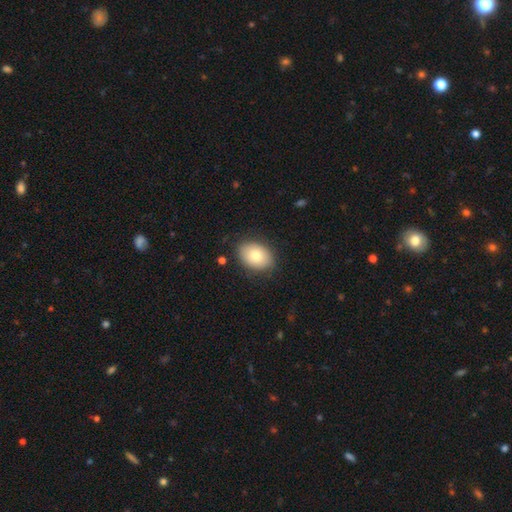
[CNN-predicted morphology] smooth_or_featured: smooth (p=0.81) [alt: featured or disk p=0.12]
how_rounded: in between (p=0.76) [alt: round p=0.23]
merging: none (p=0.84) [alt: minor disturbance p=0.12]